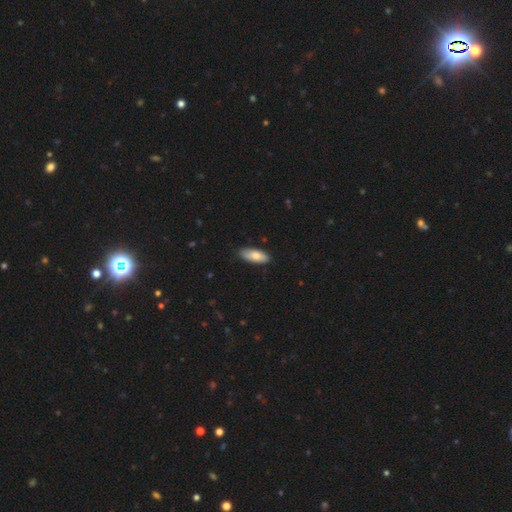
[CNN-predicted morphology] Smooth or featured? Predicted: smooth (p=0.79). How rounded? Predicted: in between (p=0.80). Merging? Predicted: none (p=0.85).